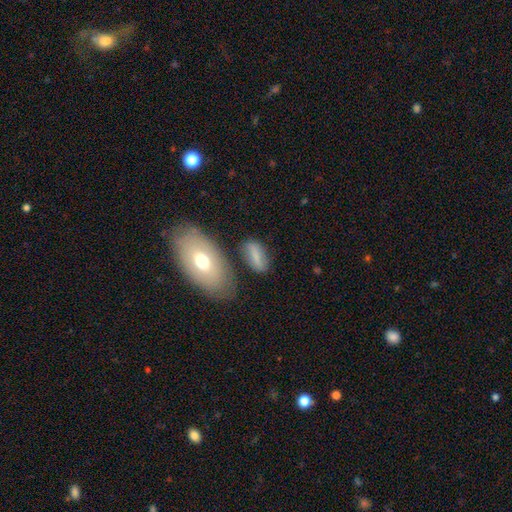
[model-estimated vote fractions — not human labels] This appears to be a smooth galaxy with no disk features (69%) that is in between round and cigar-shaped (80%). Merging: none (70%).